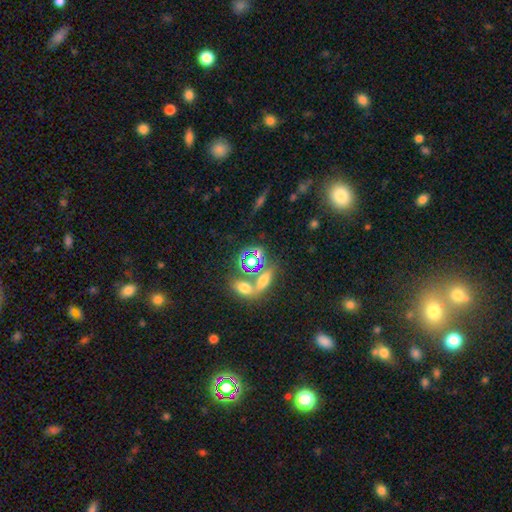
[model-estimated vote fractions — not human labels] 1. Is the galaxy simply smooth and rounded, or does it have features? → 48% smooth, 37% star or artifact, 15% featured or disk.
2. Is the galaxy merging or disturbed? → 48% none, 36% merger, 10% minor disturbance, 6% major disturbance.